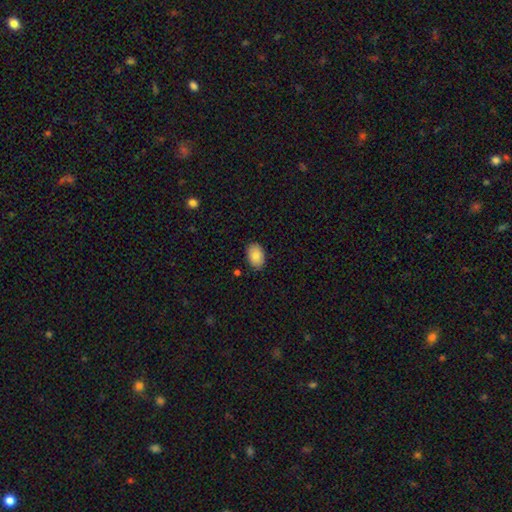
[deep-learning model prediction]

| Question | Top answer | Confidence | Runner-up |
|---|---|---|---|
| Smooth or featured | smooth | 86% | featured or disk (7%) |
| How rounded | in between | 87% | round (12%) |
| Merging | none | 86% | minor disturbance (11%) |